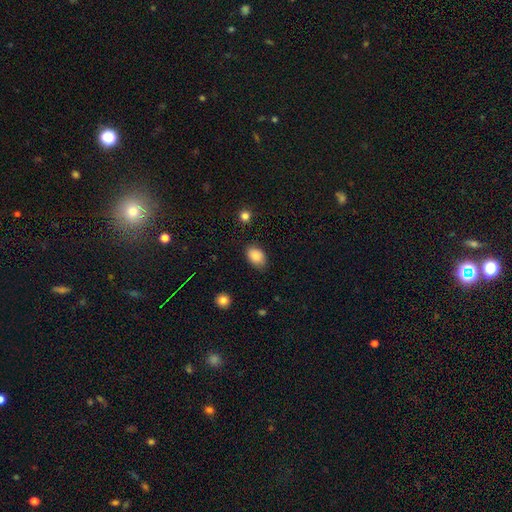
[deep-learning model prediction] smooth_or_featured: smooth (p=0.87) [alt: star or artifact p=0.08]
how_rounded: in between (p=0.81) [alt: round p=0.18]
merging: none (p=0.78) [alt: minor disturbance p=0.17]